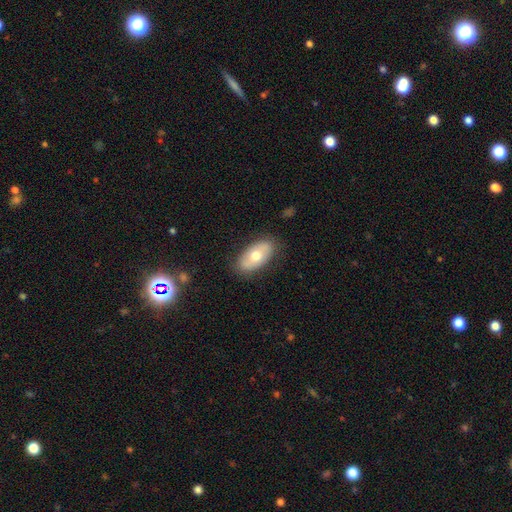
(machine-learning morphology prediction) smooth 62%, featured or disk 32%, star or artifact 6%. Down the decision tree: how rounded — in between (93%); merging — none (82%).